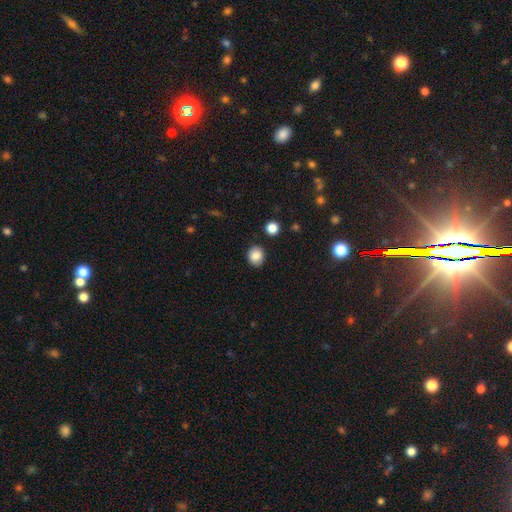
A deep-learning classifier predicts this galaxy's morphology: A smooth galaxy with no disk features (85%) that is round (71%). Merging: none (87%).